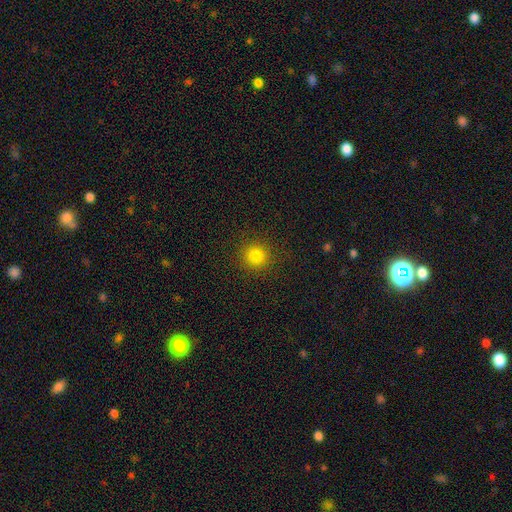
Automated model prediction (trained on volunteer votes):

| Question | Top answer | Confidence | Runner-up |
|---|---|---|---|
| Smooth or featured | smooth | 82% | star or artifact (14%) |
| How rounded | round | 94% | in between (5%) |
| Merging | none | 91% | minor disturbance (6%) |